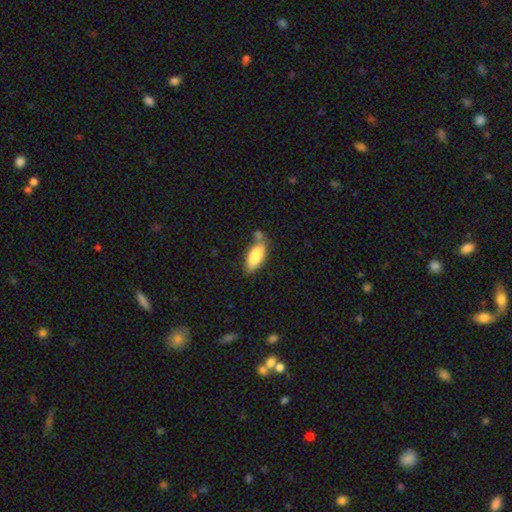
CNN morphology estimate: smooth 84%, featured or disk 10%, star or artifact 6%. Down the decision tree: how rounded — in between (81%); merging — none (57%).